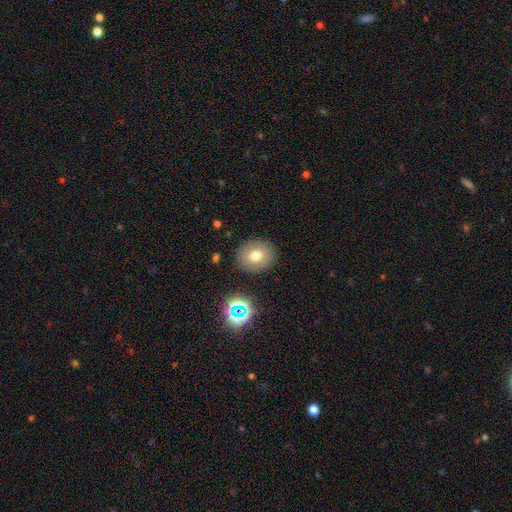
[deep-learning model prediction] Smooth or featured?
  - smooth: 70% *
  - featured or disk: 16%
  - star or artifact: 14%
How rounded?
  - round: 75% *
  - in between: 24%
  - cigar-shaped: 1%
Merging?
  - none: 86% *
  - minor disturbance: 9%
  - major disturbance: 3%
  - merger: 2%